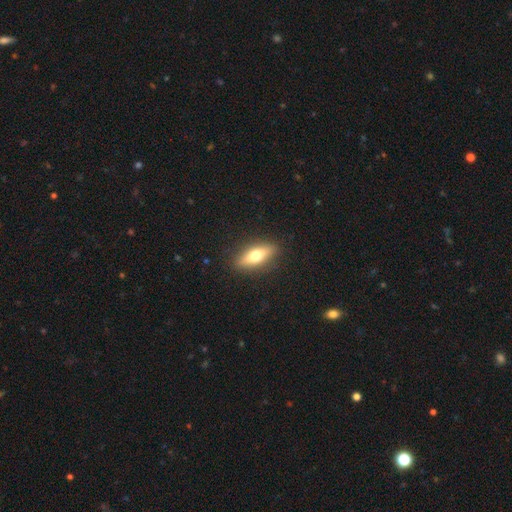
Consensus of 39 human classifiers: smooth-or-featured: smooth: 72% | featured or disk: 21% | star or artifact: 8%
  how-rounded: in between: 61% | cigar-shaped: 36% | round: 4%
  merging: none: 89% | minor disturbance: 8% | major disturbance: 3% | merger: 0%